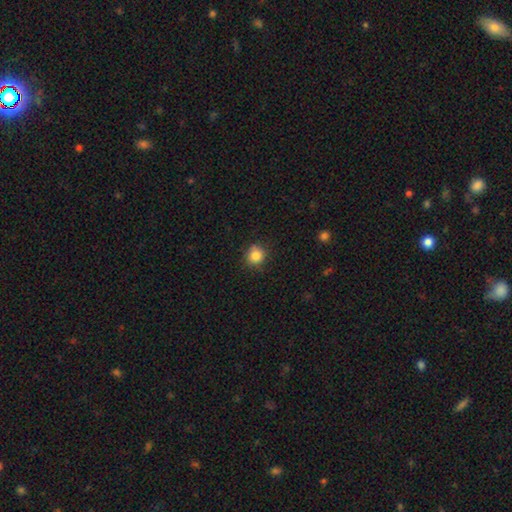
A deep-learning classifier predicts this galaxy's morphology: type=smooth (85%); roundness=round (88%); merging=none (81%).